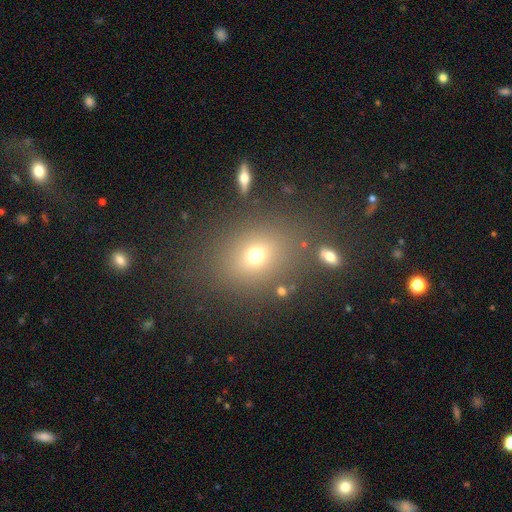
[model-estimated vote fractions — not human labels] Smooth or featured? smooth (70%)
How rounded? round (56%)
Merging? none (78%)